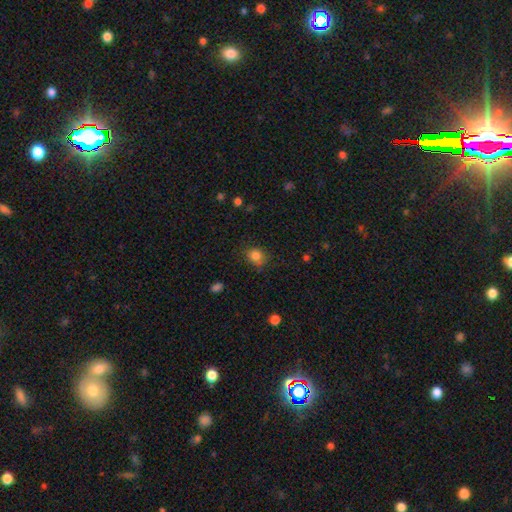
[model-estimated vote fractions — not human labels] A smooth galaxy with no disk features (83%) that is round (61%).

Vote fractions:
- Smooth or featured? smooth: 83% / star or artifact: 11% / featured or disk: 6%
- How rounded? round: 61% / in between: 38% / cigar-shaped: 1%
- Merging? none: 73% / minor disturbance: 20% / major disturbance: 5% / merger: 2%